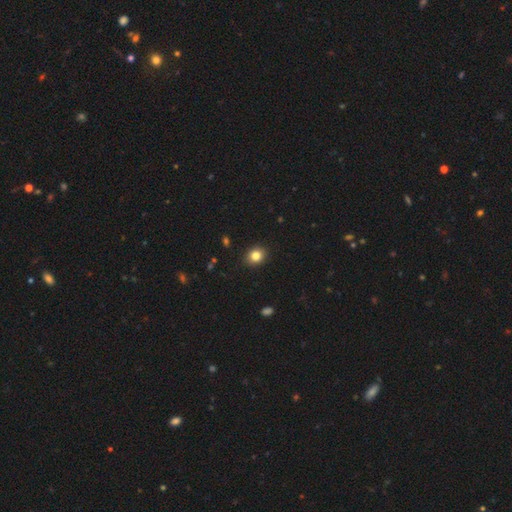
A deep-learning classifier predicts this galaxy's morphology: This is clearly a smooth galaxy (83%). How rounded: likely round (70%). Merging: clearly none (91%).